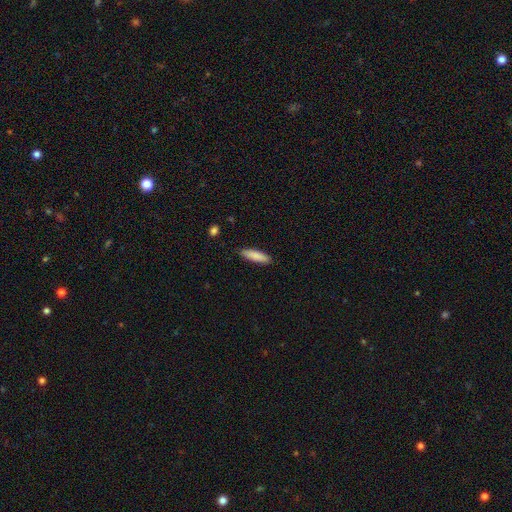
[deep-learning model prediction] A smooth galaxy with no disk features (86%) that is cigar-shaped (67%).

Vote fractions:
- Smooth or featured? smooth: 86% / featured or disk: 8% / star or artifact: 6%
- How rounded? cigar-shaped: 67% / in between: 32% / round: 1%
- Merging? none: 88% / minor disturbance: 9% / major disturbance: 2% / merger: 1%